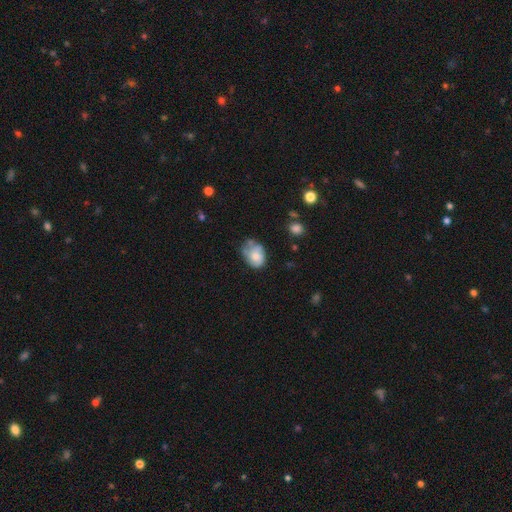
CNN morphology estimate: smooth_or_featured: smooth (p=0.65) [alt: featured or disk p=0.26]
how_rounded: in between (p=0.71) [alt: round p=0.28]
merging: none (p=0.39) [alt: minor disturbance p=0.37]